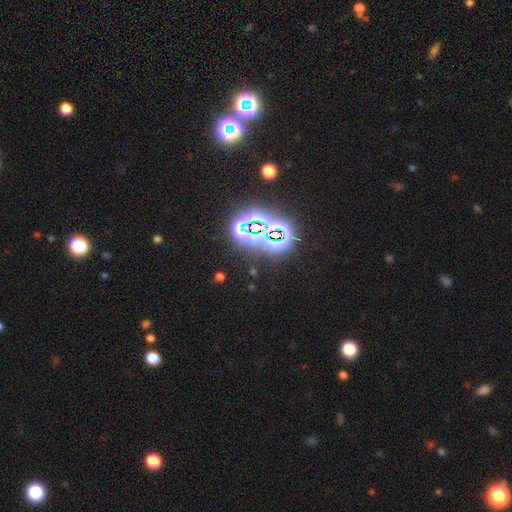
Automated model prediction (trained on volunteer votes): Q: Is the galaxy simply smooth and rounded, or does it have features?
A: star or artifact — 79%.